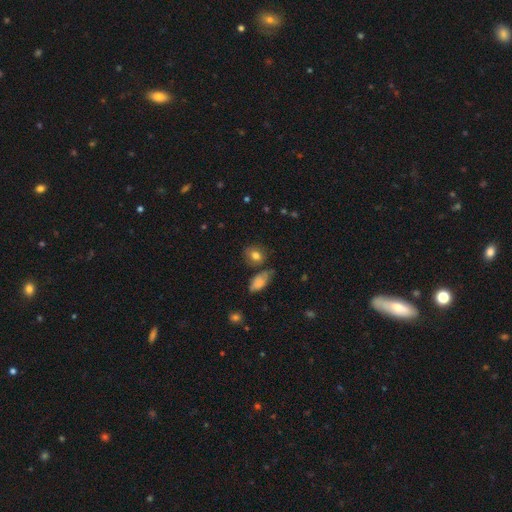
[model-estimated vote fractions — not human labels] Overall: smooth (79%). How rounded: round (57%; in between 41%). Merging: none (70%).